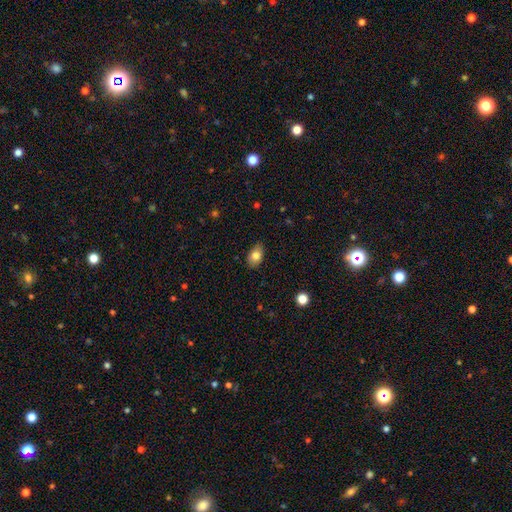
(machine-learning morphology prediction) type=smooth (79%); roundness=in between (87%); merging=none (83%).